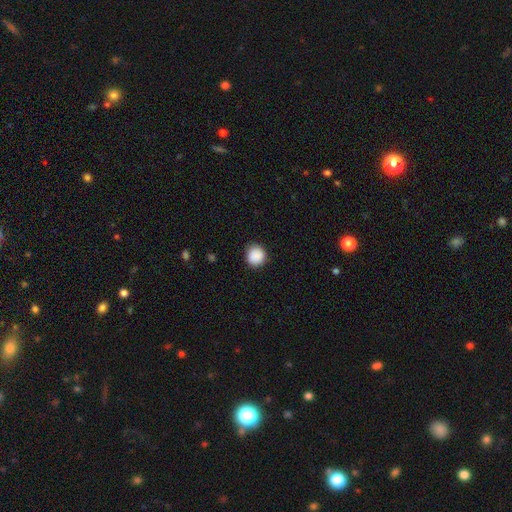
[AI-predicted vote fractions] Overall: smooth (89%). How rounded: round (93%). Merging: none (89%).